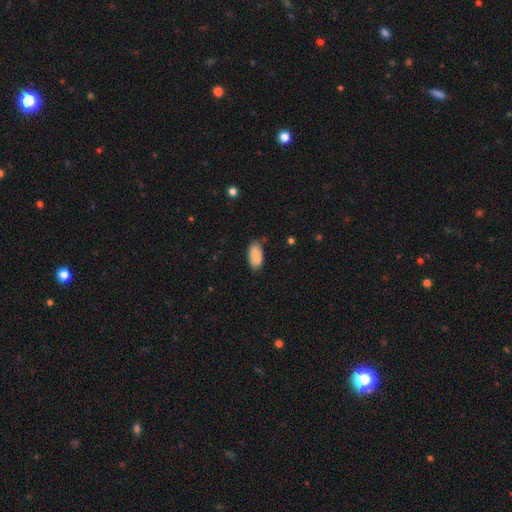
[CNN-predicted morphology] Q: Smooth or featured?
A: smooth (87%); runner-up: star or artifact (7%)
Q: How rounded?
A: in between (94%); runner-up: cigar-shaped (4%)
Q: Merging?
A: none (79%); runner-up: minor disturbance (16%)